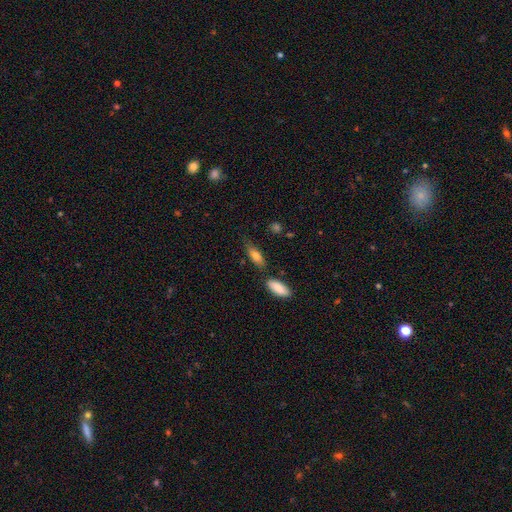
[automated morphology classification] Q: Smooth or featured?
A: smooth (77%); runner-up: featured or disk (16%)
Q: How rounded?
A: in between (66%); runner-up: cigar-shaped (32%)
Q: Merging?
A: none (66%); runner-up: minor disturbance (20%)